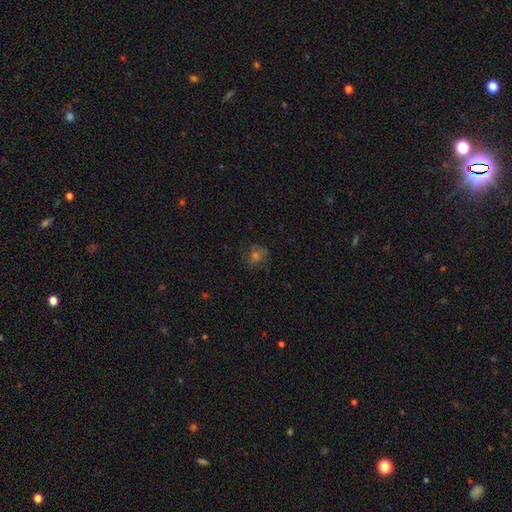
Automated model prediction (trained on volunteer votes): Smooth or featured? Predicted: smooth (p=0.58). How rounded? Predicted: round (p=0.79). Merging? Predicted: none (p=0.78).